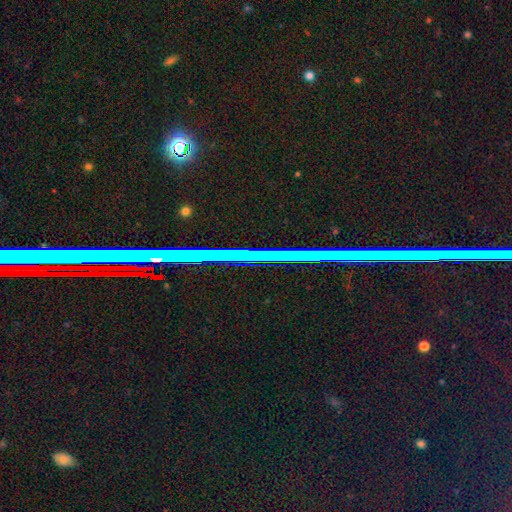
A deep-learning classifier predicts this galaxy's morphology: Smooth or featured? Predicted: star or artifact (p=0.81).